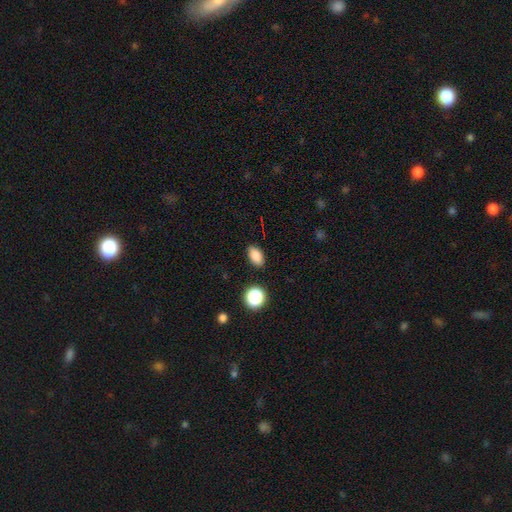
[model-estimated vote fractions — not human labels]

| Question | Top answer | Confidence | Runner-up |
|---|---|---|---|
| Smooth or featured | smooth | 84% | star or artifact (11%) |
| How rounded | in between | 86% | round (11%) |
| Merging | none | 87% | minor disturbance (9%) |